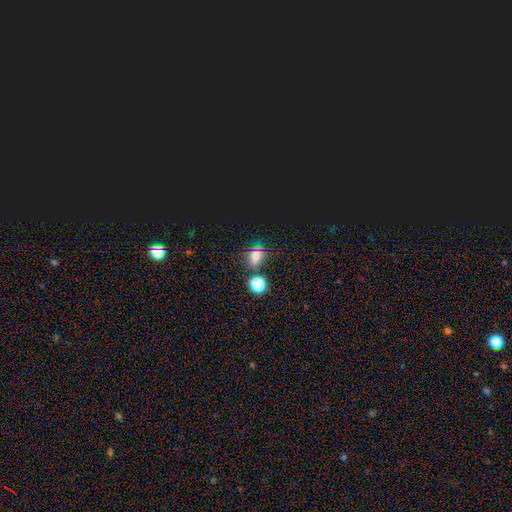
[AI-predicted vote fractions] Morphology: type=star or artifact (48%).